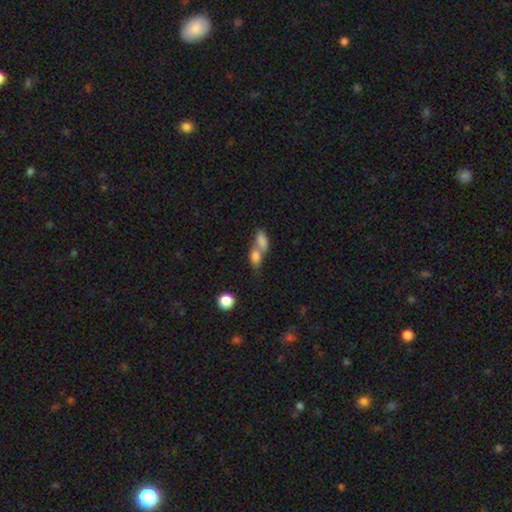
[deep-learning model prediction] smooth_or_featured: smooth (p=0.78) [alt: featured or disk p=0.13]
how_rounded: in between (p=0.77) [alt: round p=0.14]
merging: merger (p=0.71) [alt: none p=0.19]